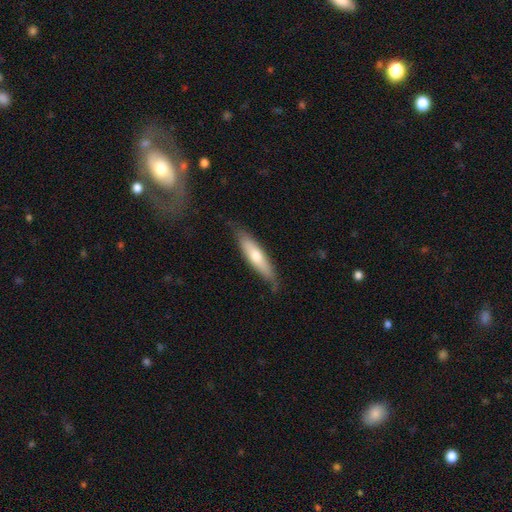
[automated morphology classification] type=smooth (60%); roundness=cigar-shaped (74%); merging=none (78%).